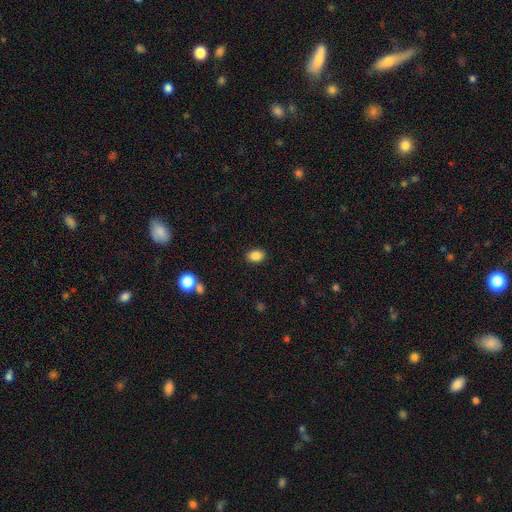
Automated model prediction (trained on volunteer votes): smooth_or_featured: smooth (p=0.86) [alt: star or artifact p=0.09]
how_rounded: in between (p=0.76) [alt: round p=0.23]
merging: none (p=0.88) [alt: minor disturbance p=0.08]